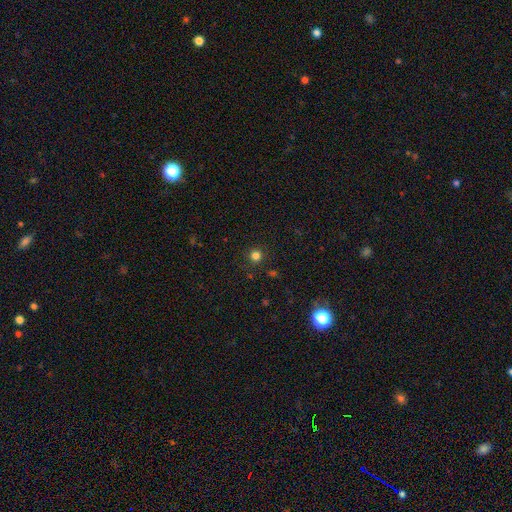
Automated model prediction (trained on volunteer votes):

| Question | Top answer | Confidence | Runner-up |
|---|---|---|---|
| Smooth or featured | smooth | 80% | star or artifact (16%) |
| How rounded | round | 95% | in between (4%) |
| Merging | none | 90% | minor disturbance (6%) |